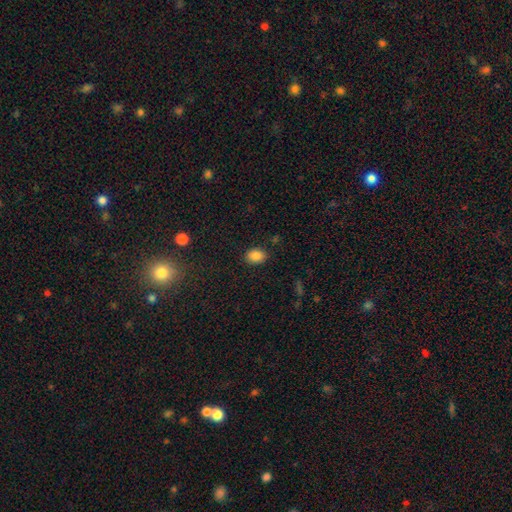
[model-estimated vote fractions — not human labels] Morphology: type=smooth (86%); roundness=in between (72%); merging=none (86%).